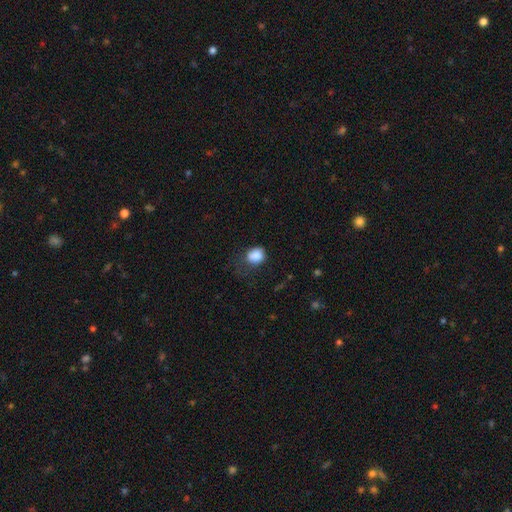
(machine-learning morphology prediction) A smooth galaxy with no disk features (85%) that is round (55%).

Vote fractions:
- Smooth or featured? smooth: 85% / star or artifact: 9% / featured or disk: 6%
- How rounded? round: 55% / in between: 44% / cigar-shaped: 1%
- Merging? none: 46% / minor disturbance: 32% / major disturbance: 20% / merger: 2%